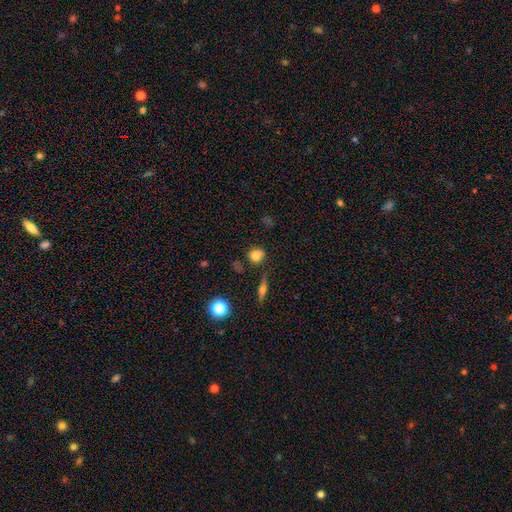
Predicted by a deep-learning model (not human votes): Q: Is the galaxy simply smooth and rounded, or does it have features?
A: smooth — 77%.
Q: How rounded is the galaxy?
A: round — 77%.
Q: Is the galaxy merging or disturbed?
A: none — 70%.